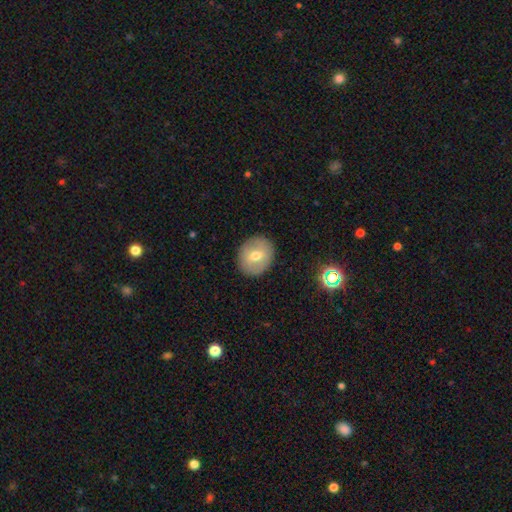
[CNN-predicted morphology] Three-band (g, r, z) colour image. It shows a smooth galaxy with no disk features (59%) that is round (68%). Merging: none (88%).